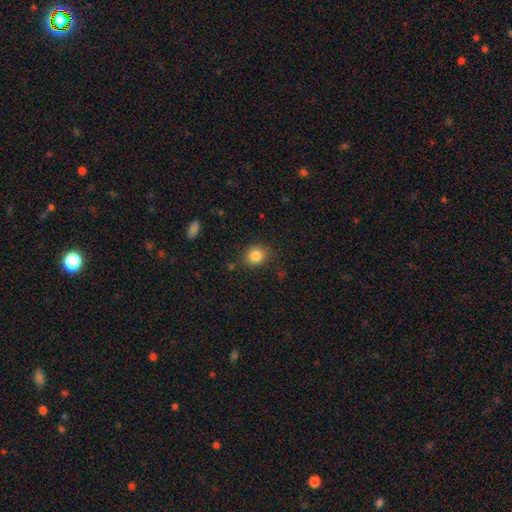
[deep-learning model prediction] Smooth or featured? smooth (84%)
How rounded? round (74%)
Merging? none (85%)